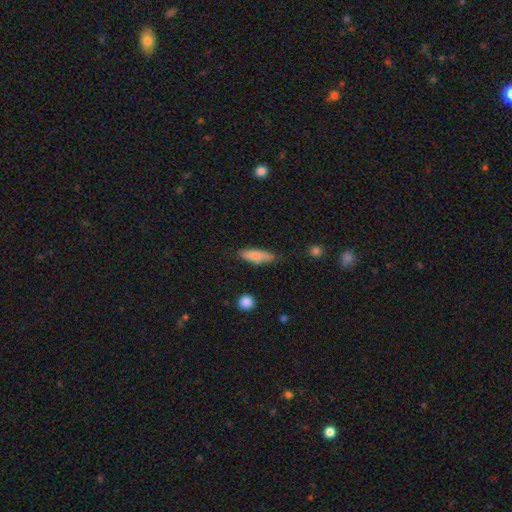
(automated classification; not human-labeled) Overall: smooth (80%). How rounded: in between (51%; cigar-shaped 47%). Merging: none (71%).